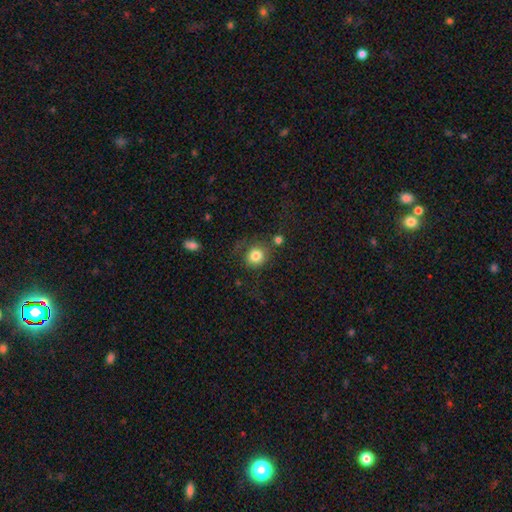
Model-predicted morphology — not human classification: smooth-or-featured: smooth: 81% | star or artifact: 10% | featured or disk: 8%
  how-rounded: round: 84% | in between: 15% | cigar-shaped: 1%
  merging: none: 68% | minor disturbance: 16% | merger: 9% | major disturbance: 8%